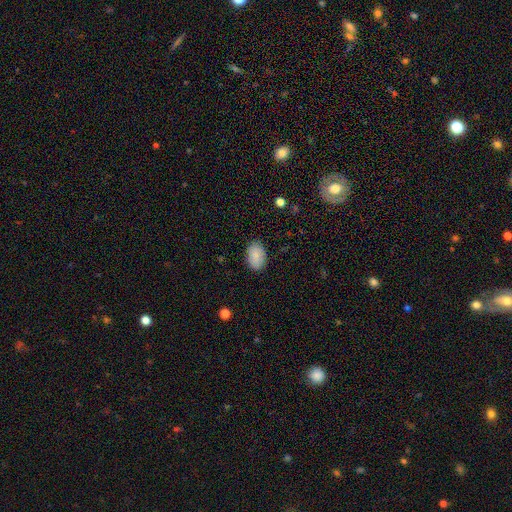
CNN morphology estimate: smooth 89%, star or artifact 7%, featured or disk 4%. Down the decision tree: how rounded — in between (90%); merging — none (86%).